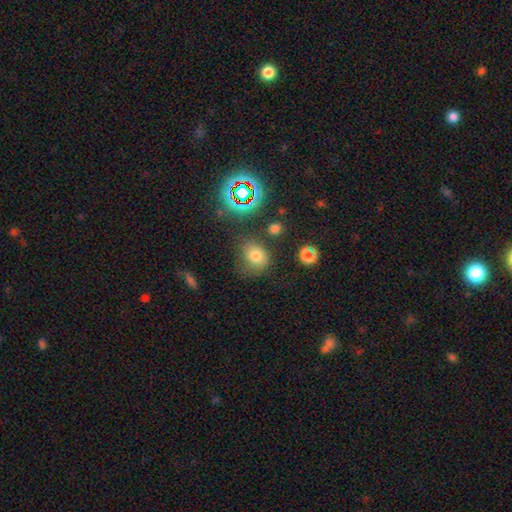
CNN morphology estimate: This is likely a smooth galaxy (71%). How rounded: likely round (65%). Merging: likely none (63%).